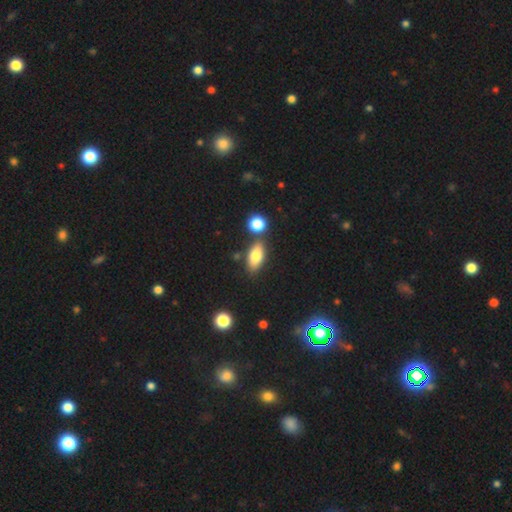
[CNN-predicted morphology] Q: Smooth or featured?
A: smooth (76%); runner-up: featured or disk (15%)
Q: How rounded?
A: in between (82%); runner-up: cigar-shaped (12%)
Q: Merging?
A: none (74%); runner-up: merger (12%)